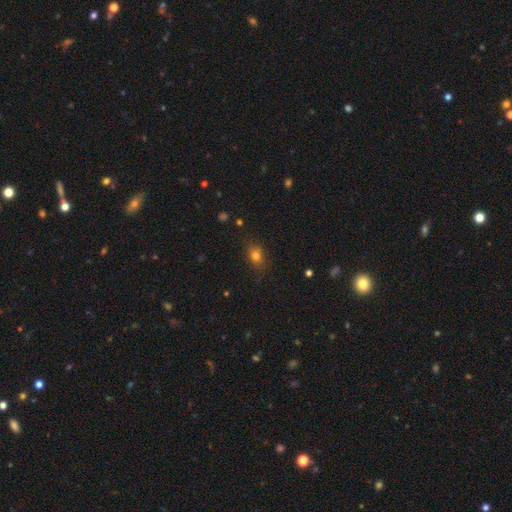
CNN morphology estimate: type=smooth (77%); roundness=in between (59%); merging=none (80%).